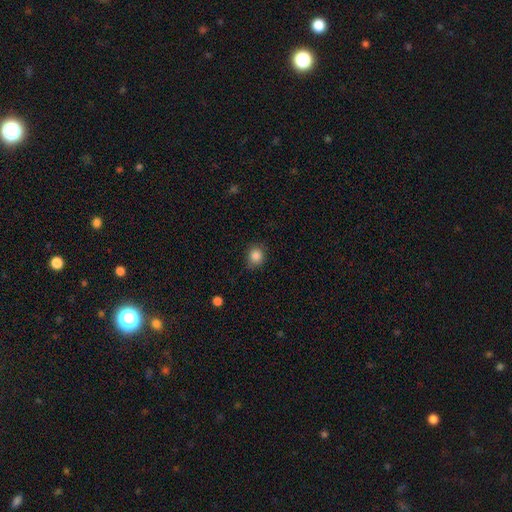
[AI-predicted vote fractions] This appears to be a smooth galaxy with no disk features (85%) that is round (80%). Merging: none (80%).